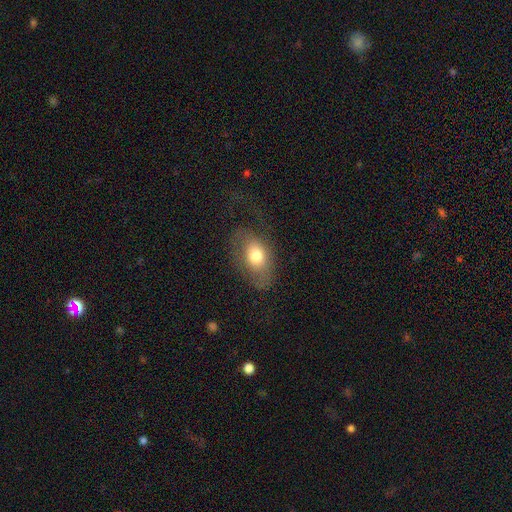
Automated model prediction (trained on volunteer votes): smooth_or_featured: smooth (p=0.69) [alt: featured or disk p=0.22]
how_rounded: in between (p=0.80) [alt: round p=0.18]
merging: none (p=0.46) [alt: major disturbance p=0.28]